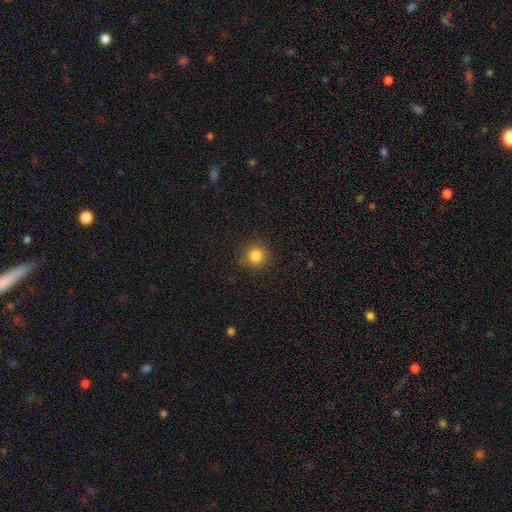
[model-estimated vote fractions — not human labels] A smooth galaxy with no disk features (84%) that is round (94%).

Vote fractions:
- Smooth or featured? smooth: 84% / star or artifact: 12% / featured or disk: 5%
- How rounded? round: 94% / in between: 5% / cigar-shaped: 1%
- Merging? none: 90% / minor disturbance: 7% / major disturbance: 2% / merger: 1%